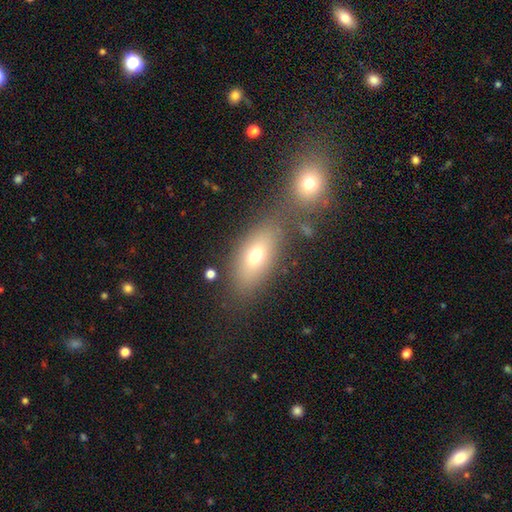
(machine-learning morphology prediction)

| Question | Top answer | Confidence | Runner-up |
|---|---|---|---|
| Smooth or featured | smooth | 69% | featured or disk (19%) |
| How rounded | in between | 80% | cigar-shaped (10%) |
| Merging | none | 61% | merger (22%) |